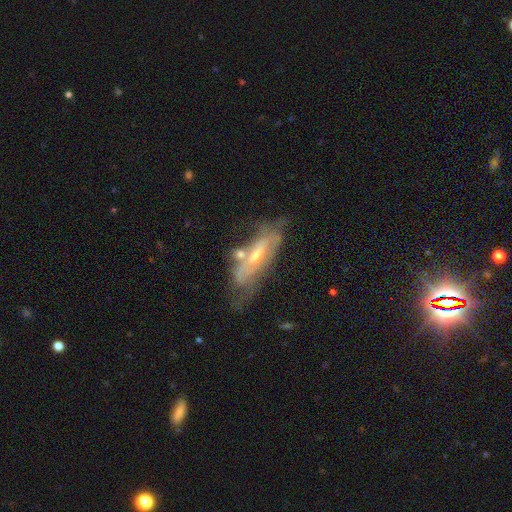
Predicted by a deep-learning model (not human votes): Smooth or featured? Predicted: featured or disk (p=0.71). Edge-on disk? Predicted: no (p=0.68). Merging? Predicted: none (p=0.46).